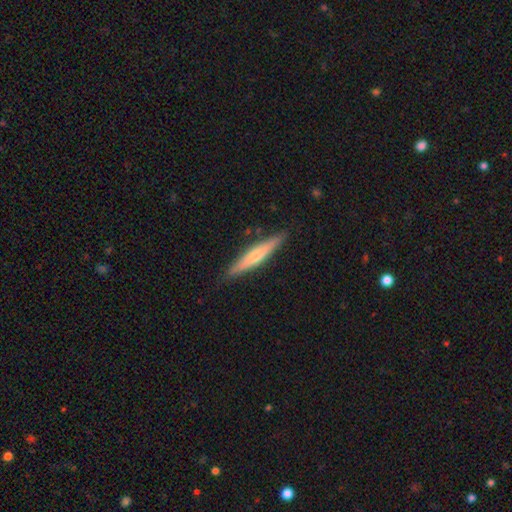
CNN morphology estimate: The model was most divided on "smooth or featured": featured or disk: 57%, smooth: 36%, star or artifact: 7%. More confident: edge-on disk — yes (95%); merging — none (89%); edge-on bulge — rounded (74%).